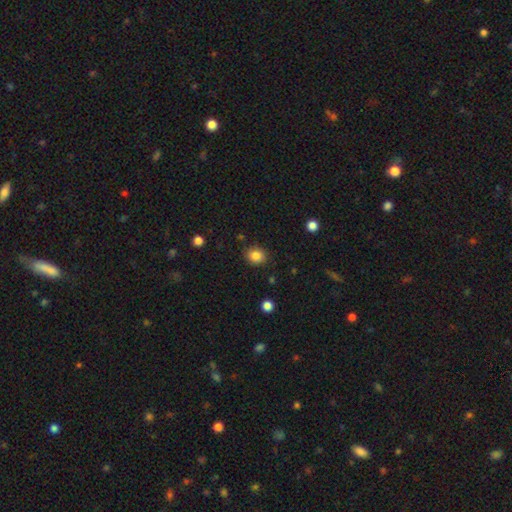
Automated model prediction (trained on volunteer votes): A smooth galaxy with no disk features (85%) that is round (61%).

Vote fractions:
- Smooth or featured? smooth: 85% / star or artifact: 10% / featured or disk: 4%
- How rounded? round: 61% / in between: 38% / cigar-shaped: 1%
- Merging? none: 87% / minor disturbance: 9% / major disturbance: 3% / merger: 2%